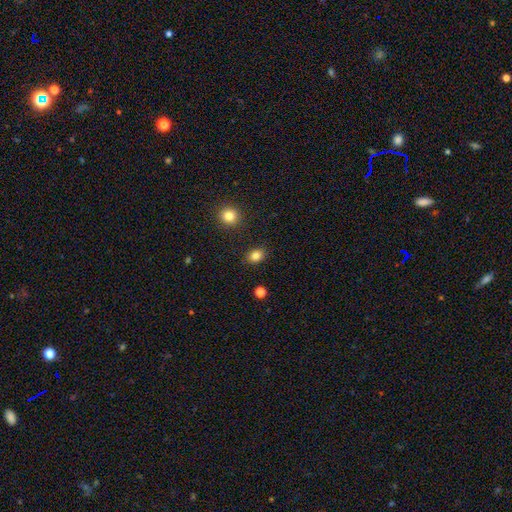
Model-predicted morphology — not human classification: This appears to be a smooth galaxy with no disk features (84%) that is in between round and cigar-shaped (55%). Merging: none (87%).